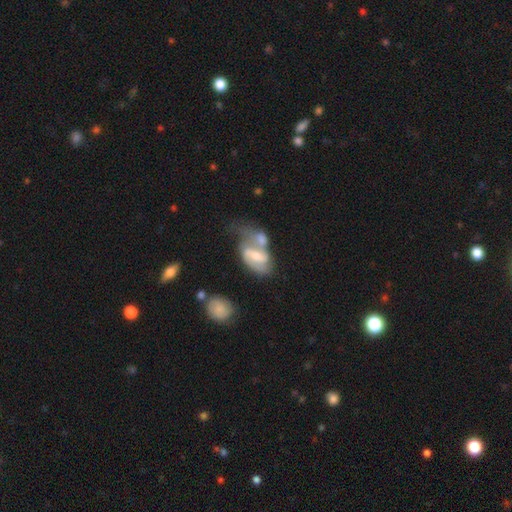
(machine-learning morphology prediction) Overall: featured or disk (70%). Edge-on disk: no (95%). Bar: weak (46%; strong 28%). Spiral arms: yes (82%). Spiral arm count: 2 (76%). Spiral winding: medium (45%; loose 32%). Bulge size: moderate (53%; small 37%). Merging: merger (44%; none 24%).